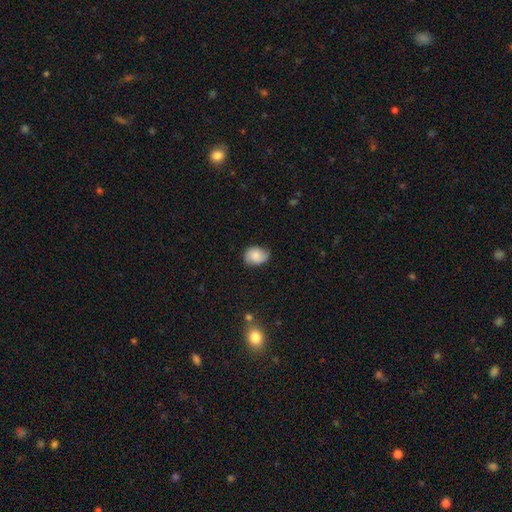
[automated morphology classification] This is likely a smooth galaxy (80%). How rounded: likely in between (60%). Merging: likely none (73%).